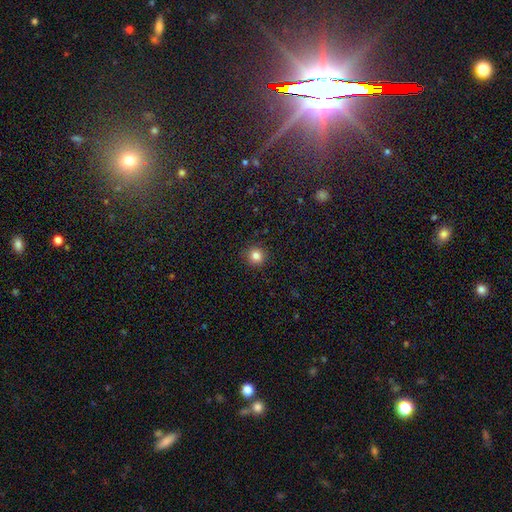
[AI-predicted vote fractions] Q: Smooth or featured?
A: smooth (82%); runner-up: star or artifact (12%)
Q: How rounded?
A: round (93%); runner-up: in between (6%)
Q: Merging?
A: none (92%); runner-up: minor disturbance (6%)